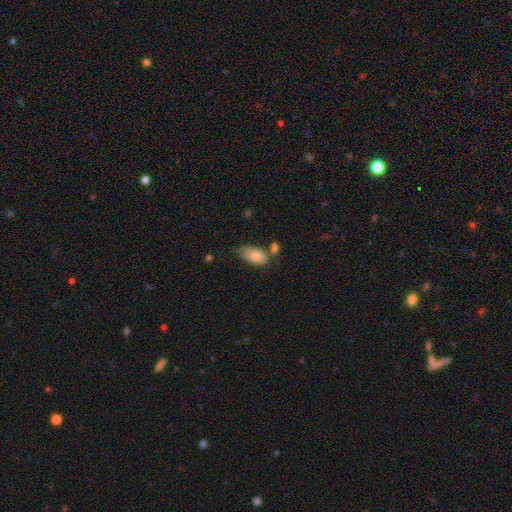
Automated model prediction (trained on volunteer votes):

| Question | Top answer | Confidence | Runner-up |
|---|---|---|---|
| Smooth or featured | smooth | 81% | featured or disk (12%) |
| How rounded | in between | 92% | cigar-shaped (5%) |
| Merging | none | 53% | minor disturbance (25%) |